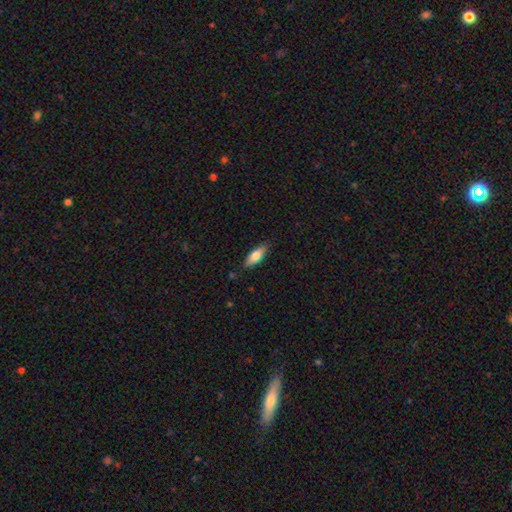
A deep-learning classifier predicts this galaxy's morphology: A smooth galaxy with no disk features (73%) that is in between round and cigar-shaped (65%).

Vote fractions:
- Smooth or featured? smooth: 73% / featured or disk: 20% / star or artifact: 6%
- How rounded? in between: 65% / cigar-shaped: 33% / round: 2%
- Merging? none: 83% / minor disturbance: 13% / major disturbance: 2% / merger: 1%